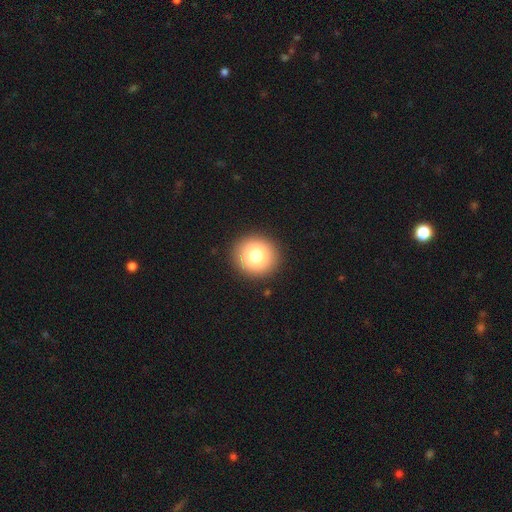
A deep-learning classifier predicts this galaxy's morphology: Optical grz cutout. It shows a smooth galaxy with no disk features (79%) that is round (92%). Merging: none (92%).